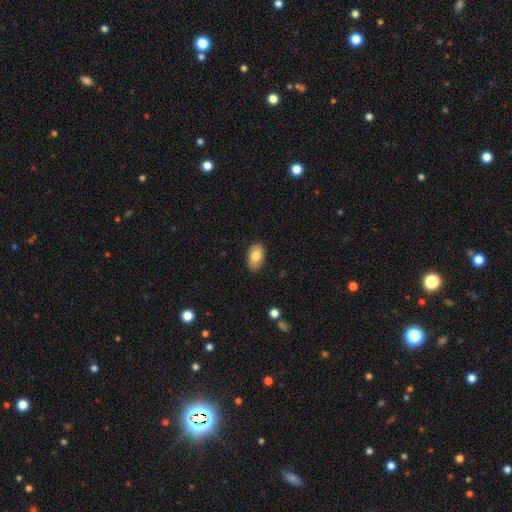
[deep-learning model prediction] This is clearly a smooth galaxy (83%). How rounded: clearly in between (93%). Merging: clearly none (86%).